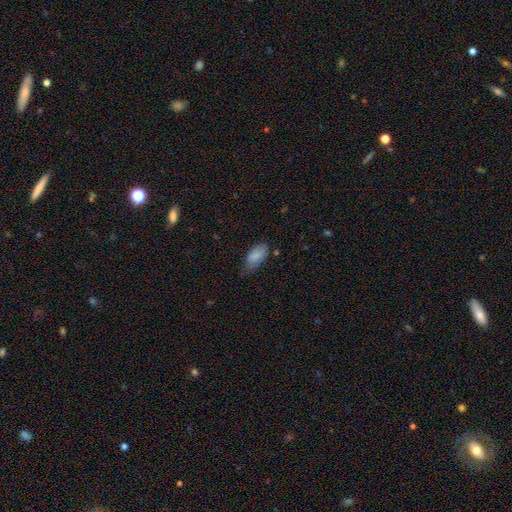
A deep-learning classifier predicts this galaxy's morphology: Smooth or featured? smooth (84%)
How rounded? in between (92%)
Merging? none (51%)